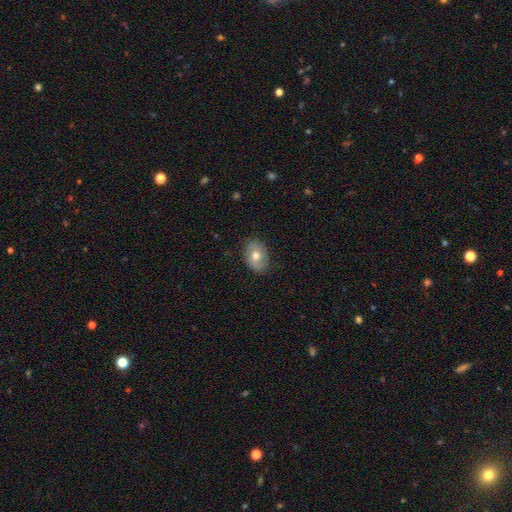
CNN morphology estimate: smooth 64%, featured or disk 28%, star or artifact 7%. Down the decision tree: how rounded — in between (77%); merging — none (82%).